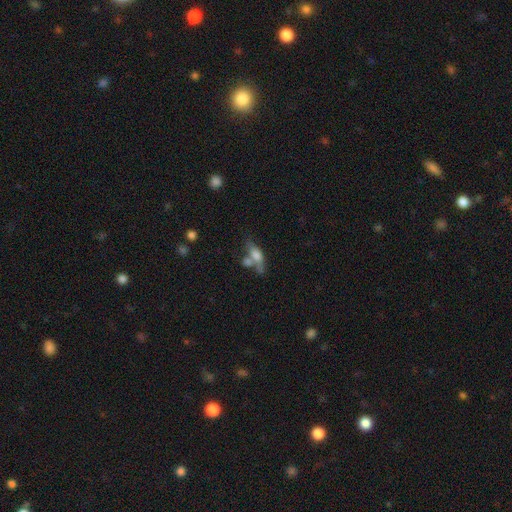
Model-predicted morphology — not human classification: Smooth or featured? smooth (54%)
How rounded? in between (66%)
Merging? none (38%)